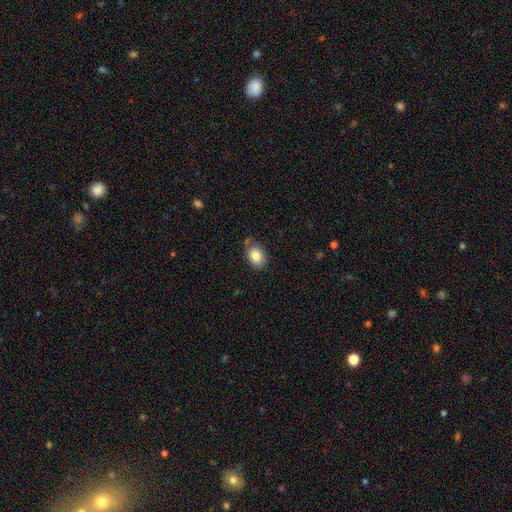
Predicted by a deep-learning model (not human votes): Overall: smooth (83%). How rounded: in between (75%). Merging: none (71%).